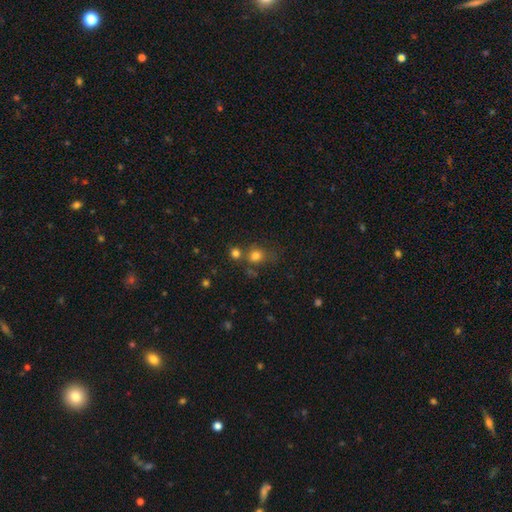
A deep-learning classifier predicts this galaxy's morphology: Overall: smooth (77%). How rounded: round (70%). Merging: none (55%; merger 24%).